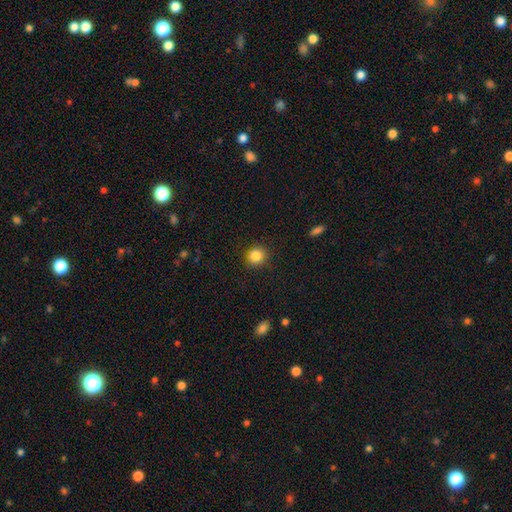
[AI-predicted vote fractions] The model was most divided on "smooth or featured": smooth: 86%, star or artifact: 10%, featured or disk: 4%. More confident: how rounded — round (90%); merging — none (89%).